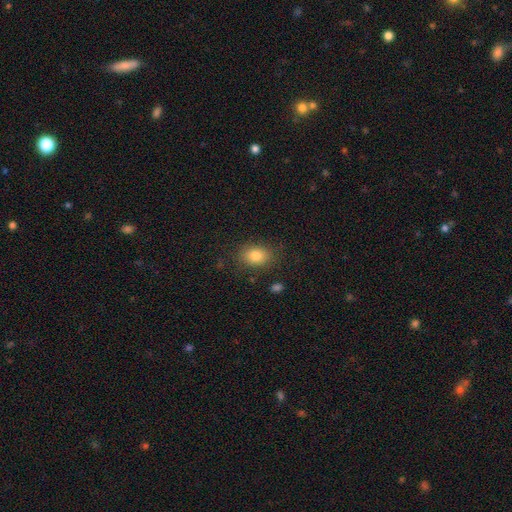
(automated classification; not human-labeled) smooth_or_featured: smooth (p=0.83) [alt: star or artifact p=0.10]
how_rounded: in between (p=0.78) [alt: round p=0.20]
merging: none (p=0.82) [alt: minor disturbance p=0.12]